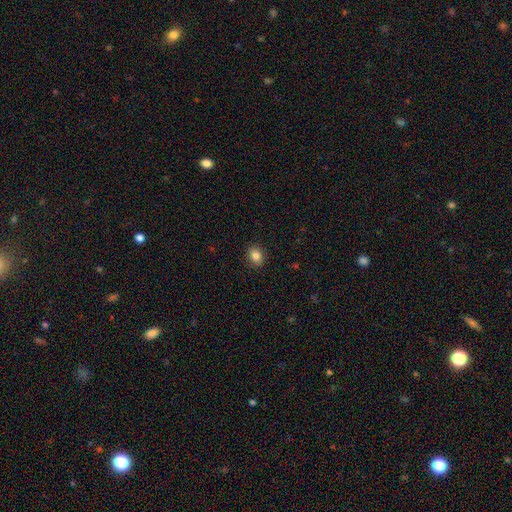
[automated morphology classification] type=smooth (84%); roundness=in between (58%); merging=none (90%).